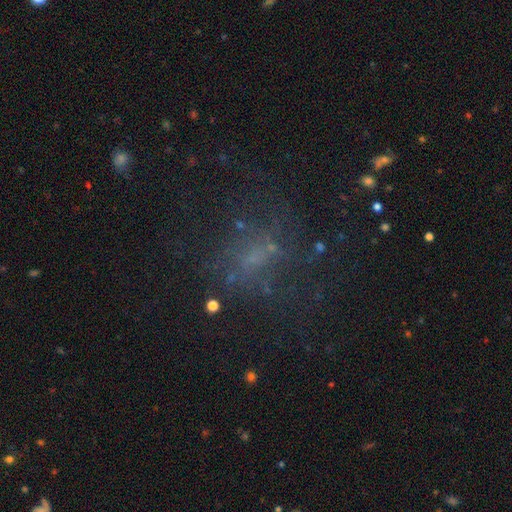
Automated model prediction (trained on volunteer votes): smooth 34% (tied), featured or disk 34% (tied), star or artifact 32%. Down the decision tree: merging — none (56%).